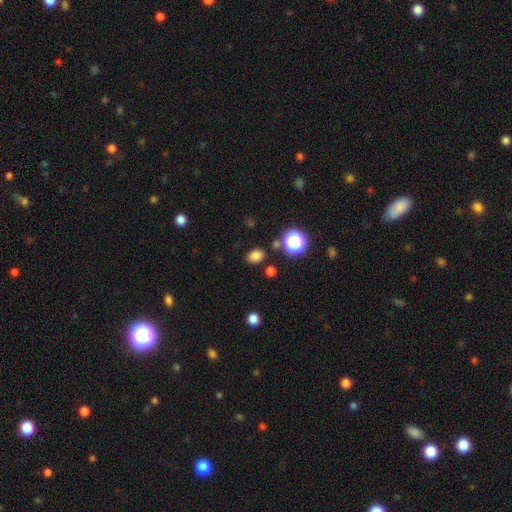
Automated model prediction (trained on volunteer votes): The model was most divided on "how rounded": in between: 62%, round: 37%, cigar-shaped: 1%. More confident: merging — none (83%); smooth or featured — smooth (78%).